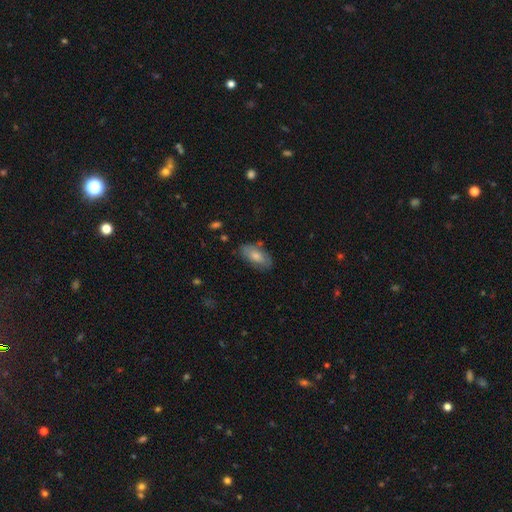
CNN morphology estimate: type=smooth (70%); roundness=in between (91%); merging=none (73%).